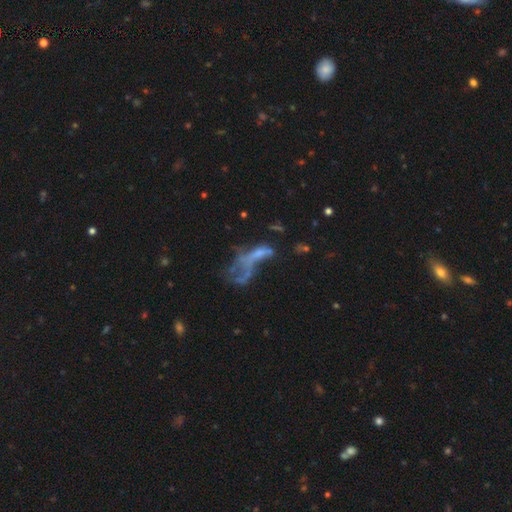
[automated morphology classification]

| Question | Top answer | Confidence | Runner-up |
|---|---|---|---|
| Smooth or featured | featured or disk | 51% | smooth (26%) |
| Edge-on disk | no | 91% | yes (9%) |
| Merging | major disturbance | 43% | merger (25%) |